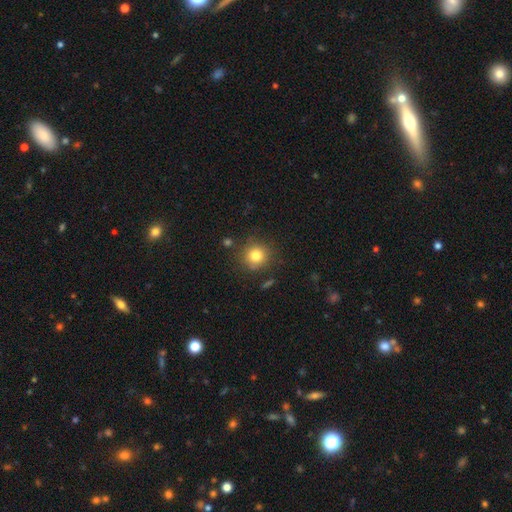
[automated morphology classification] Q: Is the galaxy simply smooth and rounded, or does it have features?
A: smooth — 80%.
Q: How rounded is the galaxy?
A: round — 91%.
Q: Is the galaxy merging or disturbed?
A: none — 84%.